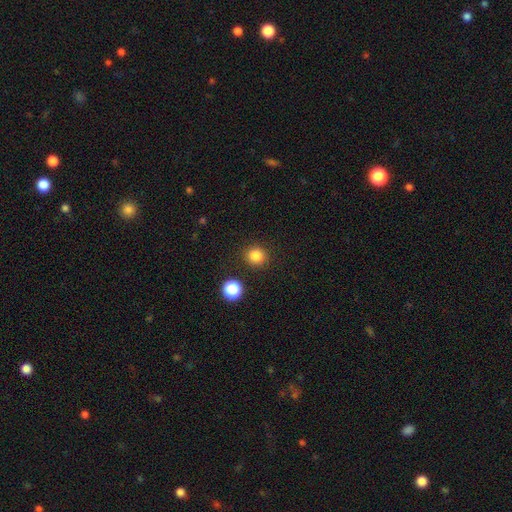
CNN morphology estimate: Smooth or featured? Predicted: smooth (p=0.84). How rounded? Predicted: round (p=0.90). Merging? Predicted: none (p=0.89).